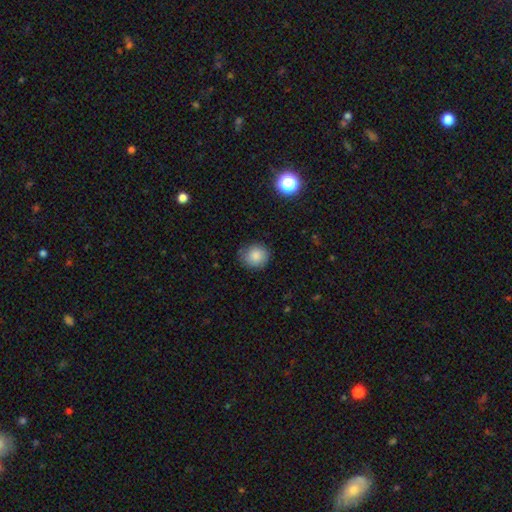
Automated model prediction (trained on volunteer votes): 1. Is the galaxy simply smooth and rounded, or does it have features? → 85% smooth, 9% star or artifact, 6% featured or disk.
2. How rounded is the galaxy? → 82% round, 18% in between, 1% cigar-shaped.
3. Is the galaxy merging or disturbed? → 82% none, 14% minor disturbance, 3% major disturbance, 1% merger.